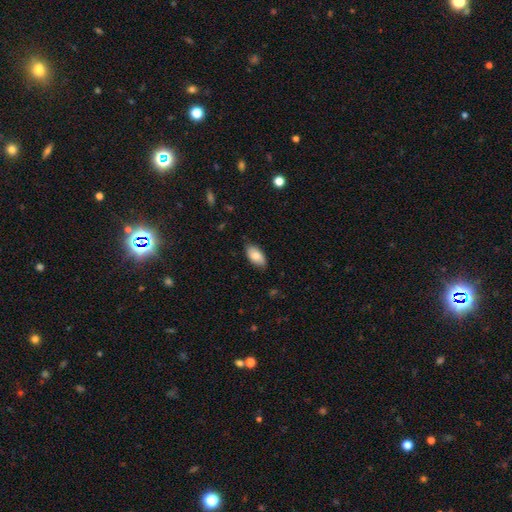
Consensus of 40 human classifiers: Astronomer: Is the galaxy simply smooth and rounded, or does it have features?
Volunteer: smooth — 80%.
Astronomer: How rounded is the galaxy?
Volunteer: in between — 100%.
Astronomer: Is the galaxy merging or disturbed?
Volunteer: none — 79%.